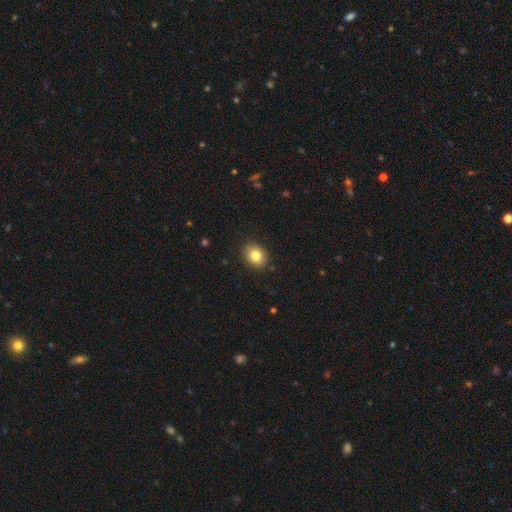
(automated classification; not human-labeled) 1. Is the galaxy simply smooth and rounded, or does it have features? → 82% smooth, 10% star or artifact, 8% featured or disk.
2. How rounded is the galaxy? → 53% round, 46% in between, 1% cigar-shaped.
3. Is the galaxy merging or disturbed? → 89% none, 8% minor disturbance, 2% major disturbance, 1% merger.